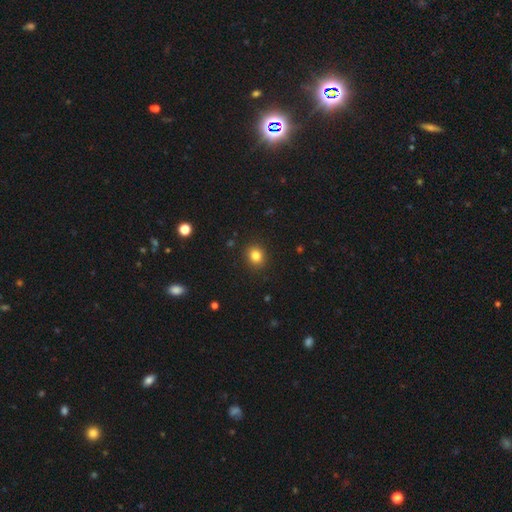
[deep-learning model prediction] smooth 83%, star or artifact 12%, featured or disk 6%. Down the decision tree: how rounded — round (75%); merging — none (90%).